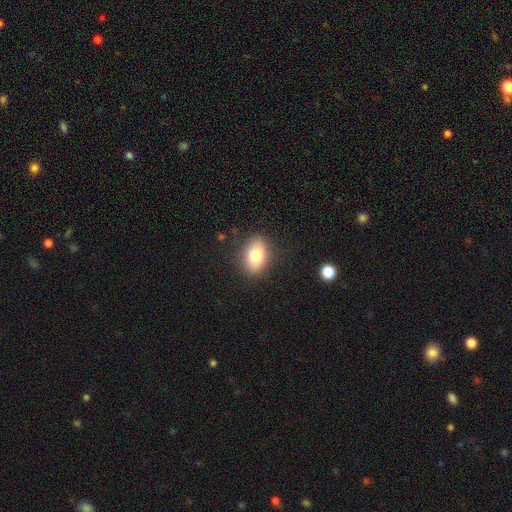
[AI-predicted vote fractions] Smooth or featured?
  - smooth: 80% *
  - featured or disk: 12%
  - star or artifact: 8%
How rounded?
  - in between: 82% *
  - round: 17%
  - cigar-shaped: 2%
Merging?
  - none: 84% *
  - minor disturbance: 11%
  - major disturbance: 3%
  - merger: 1%